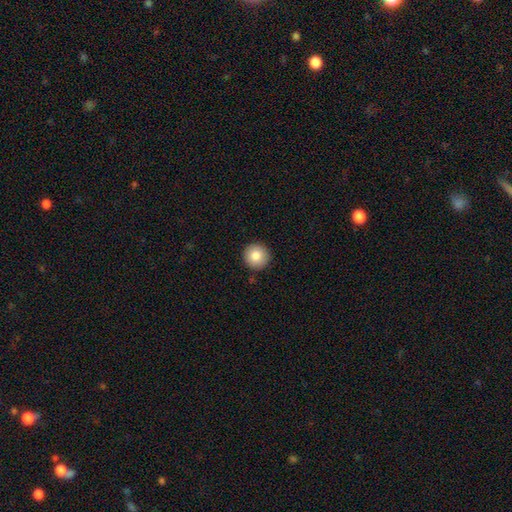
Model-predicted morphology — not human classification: smooth-or-featured: smooth: 85% | star or artifact: 8% | featured or disk: 7%
  how-rounded: round: 96% | in between: 3% | cigar-shaped: 1%
  merging: none: 91% | minor disturbance: 6% | major disturbance: 2% | merger: 1%